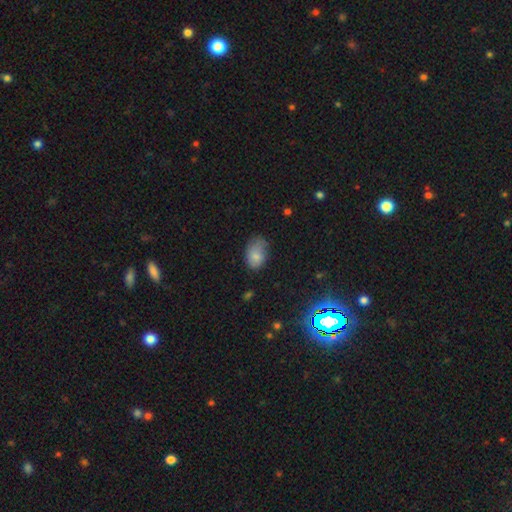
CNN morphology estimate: smooth 79%, featured or disk 12%, star or artifact 10%. Down the decision tree: how rounded — in between (86%); merging — none (51%).